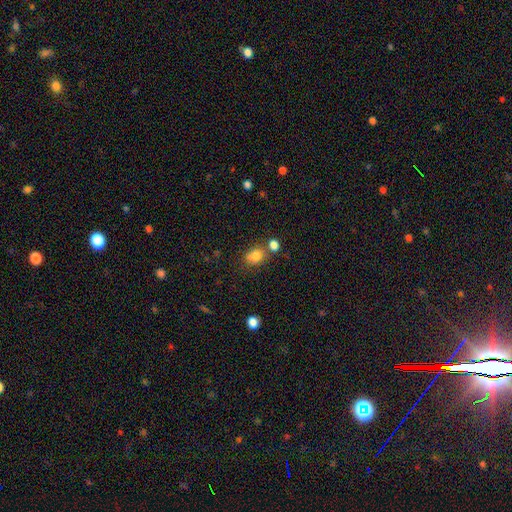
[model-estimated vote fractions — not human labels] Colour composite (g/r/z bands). It shows a smooth galaxy with no disk features (79%) that is in between round and cigar-shaped (52%). Merging: none (57%).